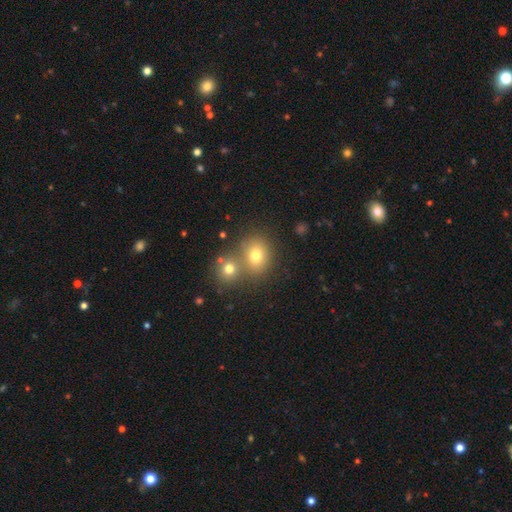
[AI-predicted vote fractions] Q: Smooth or featured?
A: smooth (73%); runner-up: star or artifact (15%)
Q: How rounded?
A: round (67%); runner-up: in between (32%)
Q: Merging?
A: none (50%); runner-up: merger (39%)